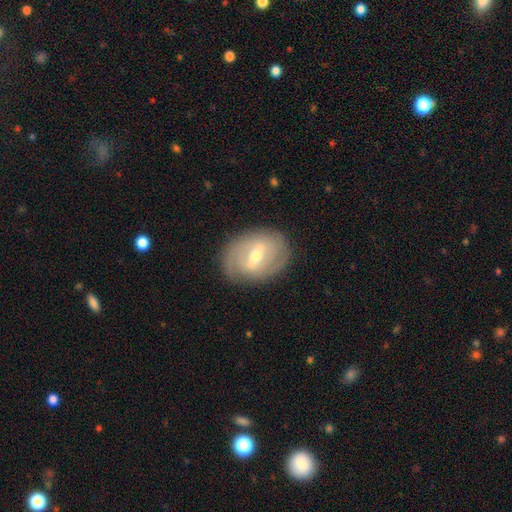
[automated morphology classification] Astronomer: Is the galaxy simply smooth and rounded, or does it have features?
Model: featured or disk — 73%.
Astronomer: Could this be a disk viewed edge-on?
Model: no — 94%.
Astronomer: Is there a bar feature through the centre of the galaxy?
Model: weak — 46% (runner-up: strong, 43%).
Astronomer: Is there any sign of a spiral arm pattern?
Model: yes — 73%.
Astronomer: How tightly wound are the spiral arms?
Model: tight — 52% (runner-up: medium, 34%).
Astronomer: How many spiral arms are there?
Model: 2 — 58%.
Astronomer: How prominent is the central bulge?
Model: moderate — 56% (runner-up: small, 40%).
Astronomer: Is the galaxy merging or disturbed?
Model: none — 81%.